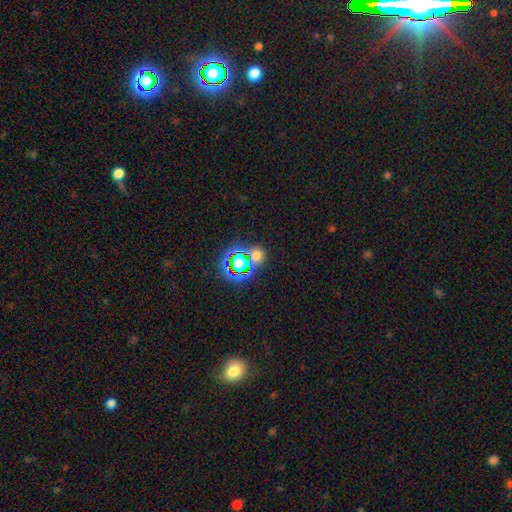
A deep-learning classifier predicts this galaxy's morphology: Smooth or featured?
  - smooth: 46% *
  - star or artifact: 45%
  - featured or disk: 9%
Merging?
  - none: 69% *
  - merger: 15%
  - minor disturbance: 10%
  - major disturbance: 5%